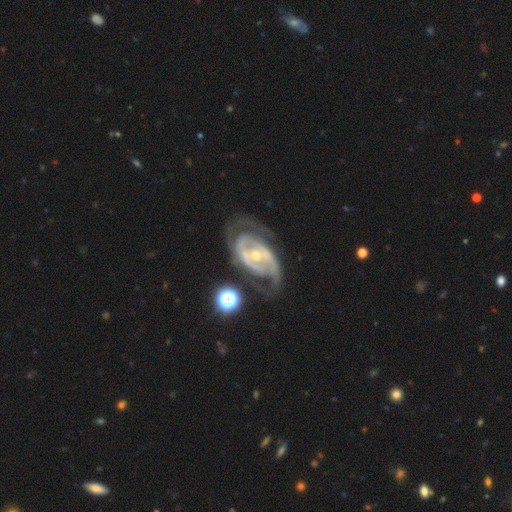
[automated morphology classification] This is clearly a featured or disk galaxy (86%). It is clearly not viewed edge-on (95%). Bar: marginally no (41%). Spiral arm pattern: clearly yes (82%). Spiral arm count: possibly 2 (58%). Spiral winding: possibly tight (46%). Central bulge: possibly small (59%). Merging: possibly none (55%).